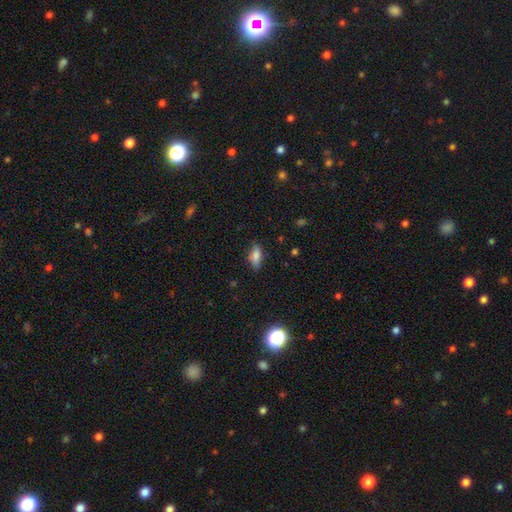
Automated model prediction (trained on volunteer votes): The model was most divided on "merging": none: 76%, minor disturbance: 19%, major disturbance: 4%, merger: 1%. More confident: how rounded — in between (81%); smooth or featured — smooth (80%).